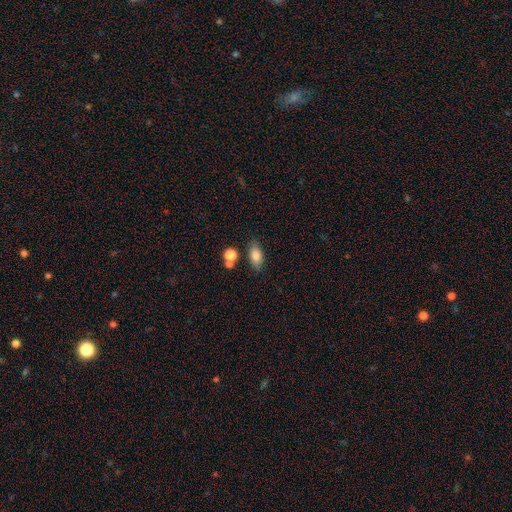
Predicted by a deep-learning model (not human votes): This is clearly a smooth galaxy (82%). How rounded: clearly in between (86%). Merging: likely none (75%).